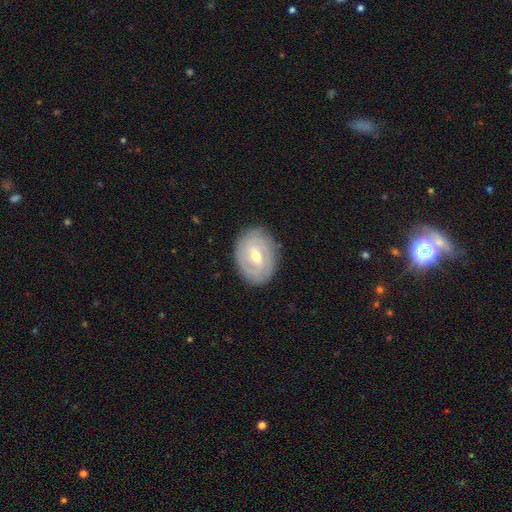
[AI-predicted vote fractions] featured or disk 74%, smooth 20%, star or artifact 6%. Down the decision tree: edge-on disk — no (95%); bar — weak (53%); spiral arms — yes (83%); spiral arm count — 2 (41%); spiral winding — tight (70%); bulge size — moderate (55%); merging — none (85%).